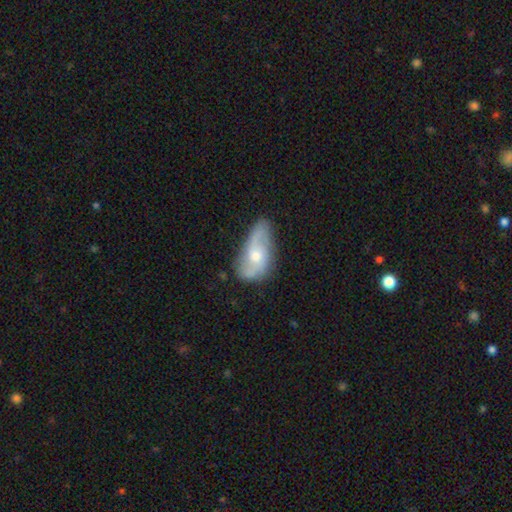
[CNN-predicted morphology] The model was most divided on "merging": none: 53%, minor disturbance: 32%, major disturbance: 12%, merger: 3%. More confident: edge-on disk — no (93%); spiral arms — yes (83%); bar — no (68%); smooth or featured — featured or disk (62%); bulge size — moderate (59%).